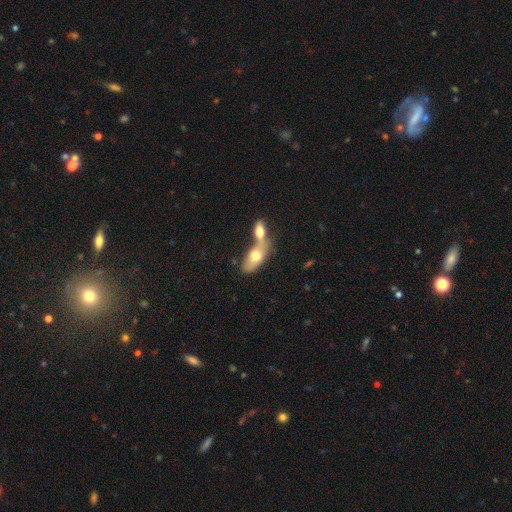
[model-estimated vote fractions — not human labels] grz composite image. It shows a smooth galaxy with no disk features (68%) that is in between round and cigar-shaped (83%). Merging: merger (71%).